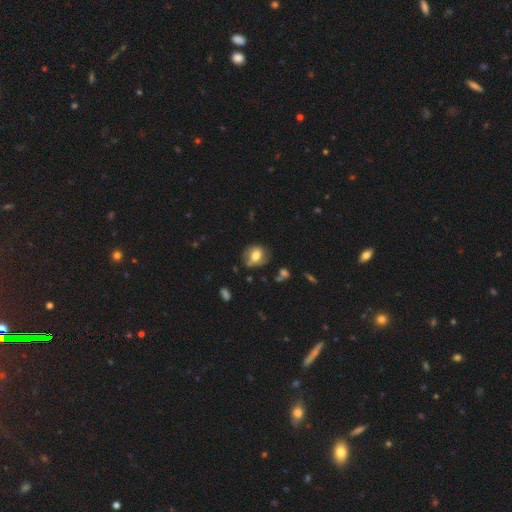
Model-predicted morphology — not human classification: Smooth or featured? Predicted: smooth (p=0.66). How rounded? Predicted: round (p=0.54). Merging? Predicted: none (p=0.68).